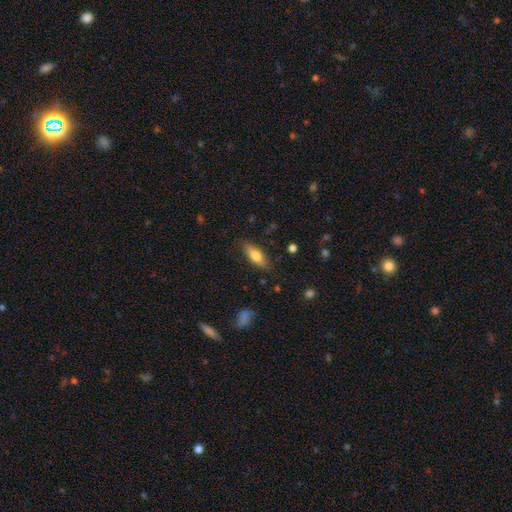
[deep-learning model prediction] Smooth or featured?
  - smooth: 66% *
  - featured or disk: 28%
  - star or artifact: 7%
How rounded?
  - in between: 58% *
  - cigar-shaped: 39%
  - round: 3%
Merging?
  - none: 82% *
  - minor disturbance: 13%
  - major disturbance: 3%
  - merger: 1%